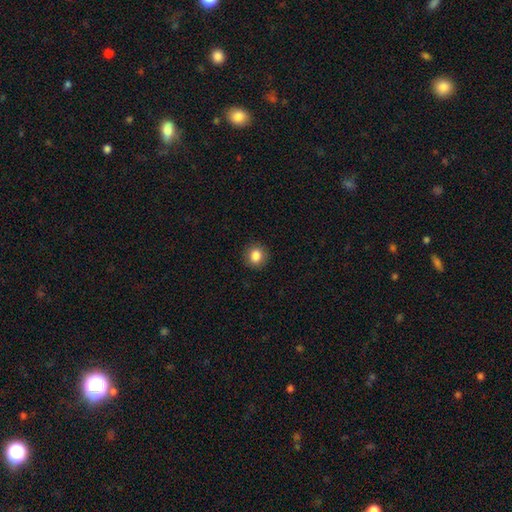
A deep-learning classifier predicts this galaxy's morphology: Smooth or featured? smooth (85%)
How rounded? round (83%)
Merging? none (90%)